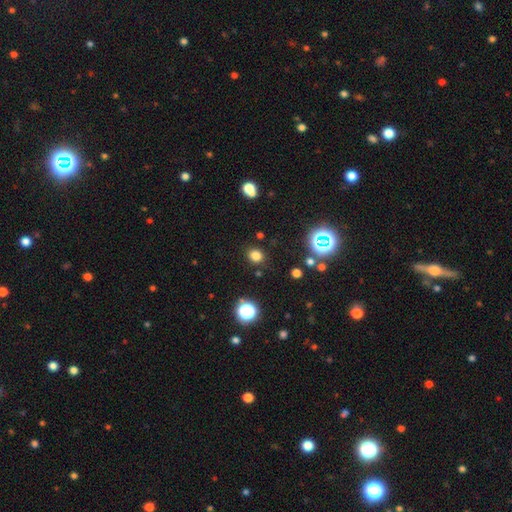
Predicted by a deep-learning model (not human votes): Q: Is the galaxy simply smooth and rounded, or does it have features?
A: smooth — 77%.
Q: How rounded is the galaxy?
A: round — 78%.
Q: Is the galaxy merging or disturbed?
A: none — 86%.